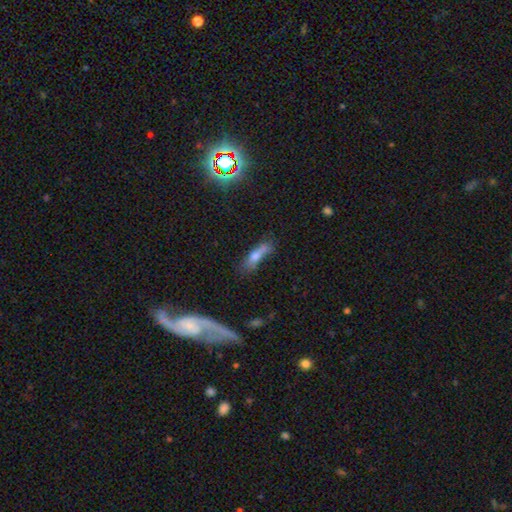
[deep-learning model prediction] A smooth galaxy with no disk features (56%) that is cigar-shaped (62%).

Vote fractions:
- Smooth or featured? smooth: 56% / featured or disk: 30% / star or artifact: 14%
- How rounded? cigar-shaped: 62% / in between: 34% / round: 4%
- Merging? none: 45% / minor disturbance: 26% / major disturbance: 16% / merger: 13%